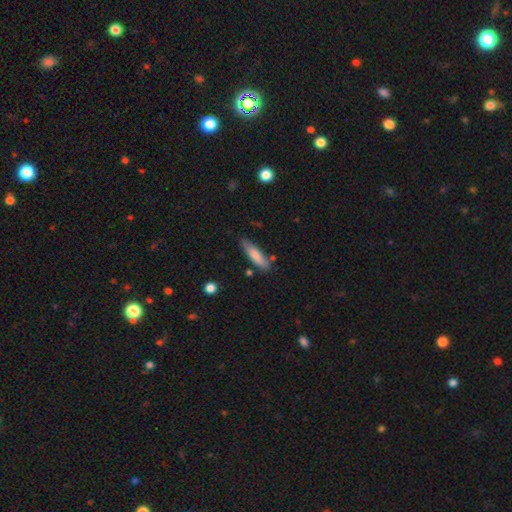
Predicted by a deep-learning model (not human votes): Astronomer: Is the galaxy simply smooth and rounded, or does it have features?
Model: smooth — 79%.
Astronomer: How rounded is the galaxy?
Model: cigar-shaped — 71%.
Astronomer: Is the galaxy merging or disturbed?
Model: none — 77%.